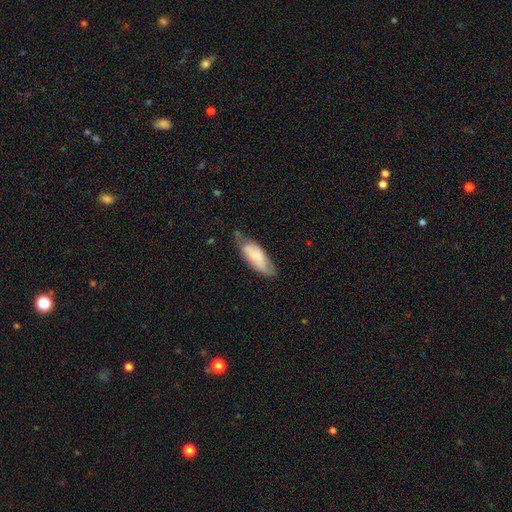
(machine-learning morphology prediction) A smooth galaxy with no disk features (64%) that is in between round and cigar-shaped (75%). Merging: none (49%).